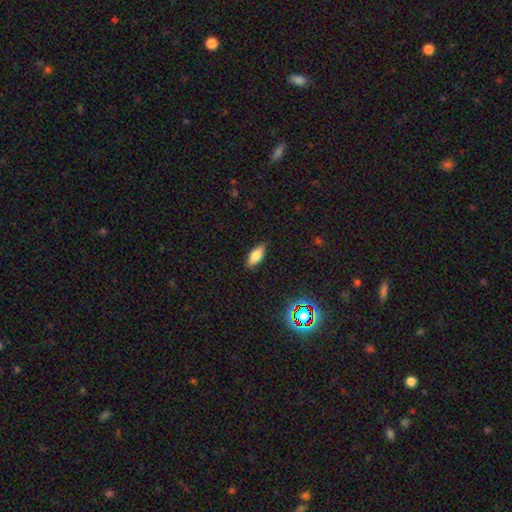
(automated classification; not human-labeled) Smooth or featured?
  - smooth: 77% *
  - featured or disk: 14%
  - star or artifact: 9%
How rounded?
  - in between: 80% *
  - cigar-shaped: 18%
  - round: 3%
Merging?
  - none: 86% *
  - minor disturbance: 11%
  - major disturbance: 2%
  - merger: 1%